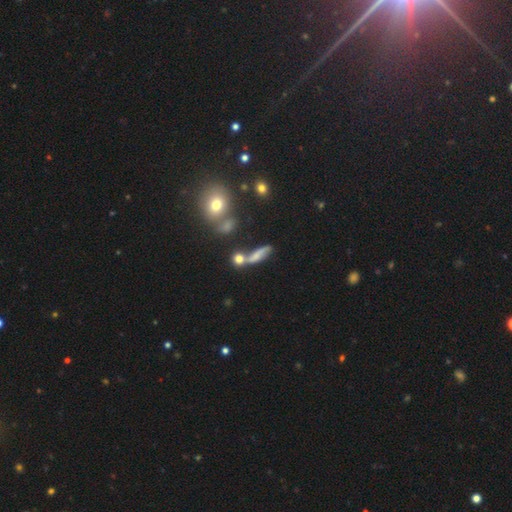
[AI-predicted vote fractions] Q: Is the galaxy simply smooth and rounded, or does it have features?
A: smooth — 55%.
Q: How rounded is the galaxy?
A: cigar-shaped — 50%.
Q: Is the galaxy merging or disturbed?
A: none — 42%.